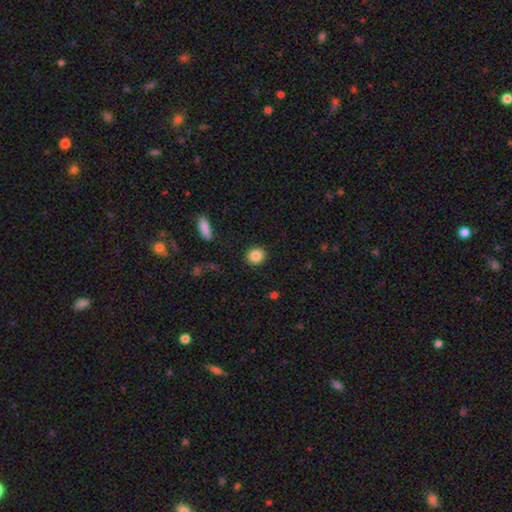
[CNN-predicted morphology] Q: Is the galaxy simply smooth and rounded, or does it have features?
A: smooth — 87%.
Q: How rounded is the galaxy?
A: round — 86%.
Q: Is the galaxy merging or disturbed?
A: none — 91%.